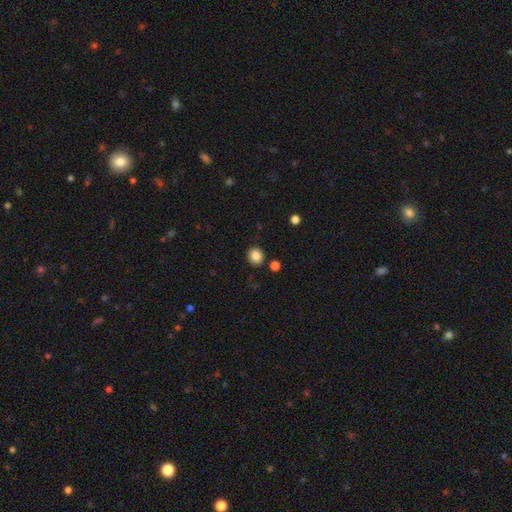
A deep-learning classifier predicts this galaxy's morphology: smooth 85%, star or artifact 10%, featured or disk 5%. Down the decision tree: how rounded — round (77%); merging — none (87%).